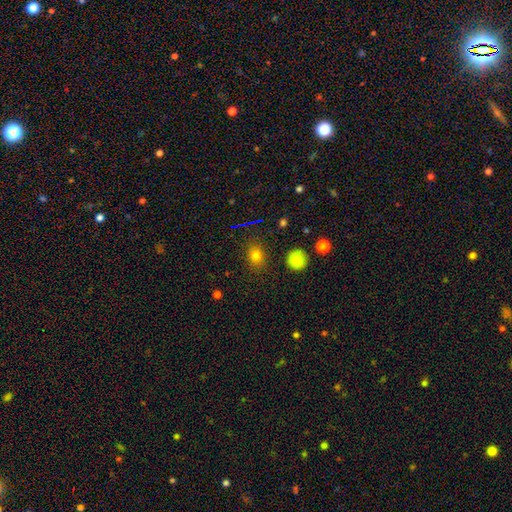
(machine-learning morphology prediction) A smooth galaxy with no disk features (77%) that is round (55%).

Vote fractions:
- Smooth or featured? smooth: 77% / star or artifact: 16% / featured or disk: 7%
- How rounded? round: 55% / in between: 44% / cigar-shaped: 1%
- Merging? none: 86% / minor disturbance: 9% / major disturbance: 3% / merger: 2%